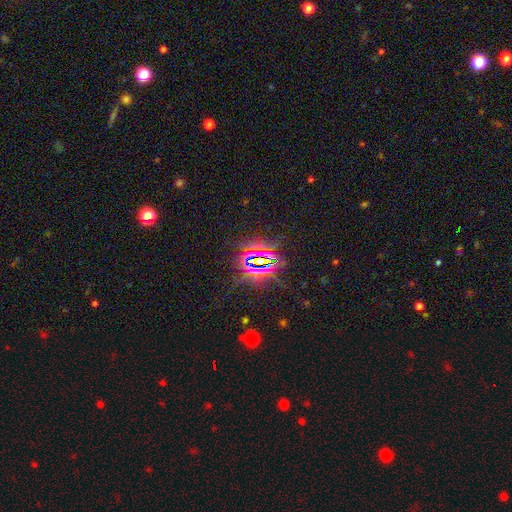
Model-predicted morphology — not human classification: star or artifact 83%, smooth 8%, featured or disk 8%.